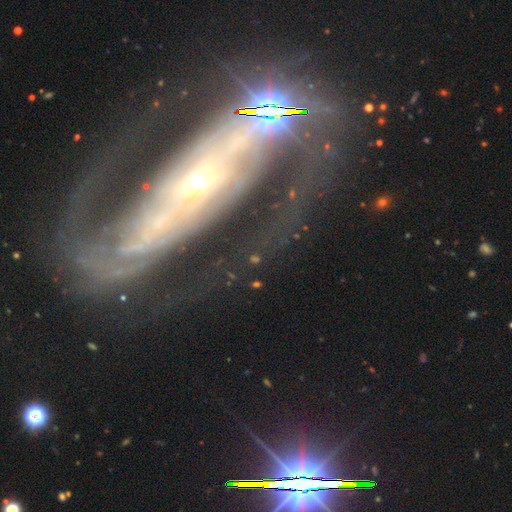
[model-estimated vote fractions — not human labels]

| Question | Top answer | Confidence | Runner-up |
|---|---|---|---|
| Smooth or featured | featured or disk | 80% | star or artifact (11%) |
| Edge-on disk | no | 88% | yes (12%) |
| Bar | strong | 46% | no (30%) |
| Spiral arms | yes | 86% | no (14%) |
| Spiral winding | medium | 40% | tight (34%) |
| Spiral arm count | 2 | 67% | can't tell (15%) |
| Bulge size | small | 68% | moderate (25%) |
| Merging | none | 57% | major disturbance (22%) |